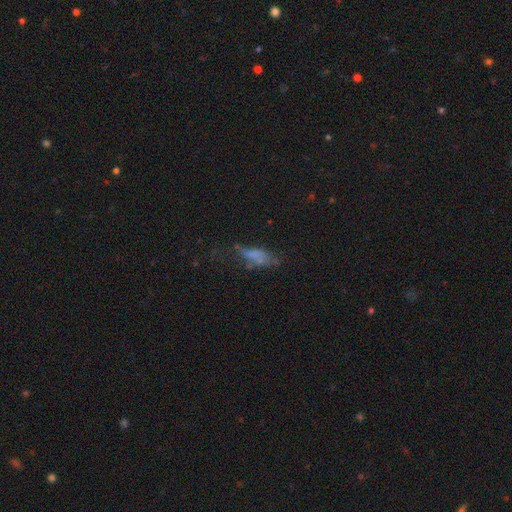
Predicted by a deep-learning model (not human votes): Smooth or featured? Predicted: smooth (p=0.53). How rounded? Predicted: in between (p=0.63). Merging? Predicted: major disturbance (p=0.35).